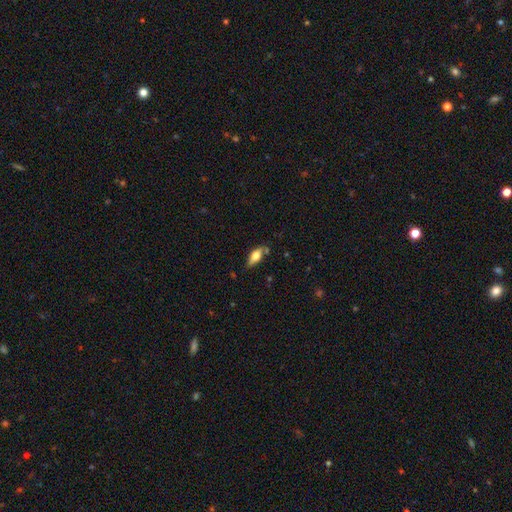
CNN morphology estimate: smooth 64%, featured or disk 29%, star or artifact 7%. Down the decision tree: how rounded — in between (74%); merging — none (73%).